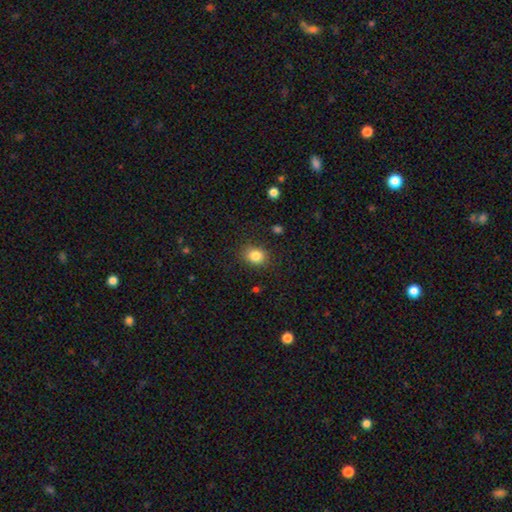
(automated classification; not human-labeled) A smooth galaxy with no disk features (85%) that is round (56%).

Vote fractions:
- Smooth or featured? smooth: 85% / star or artifact: 10% / featured or disk: 5%
- How rounded? round: 56% / in between: 43% / cigar-shaped: 1%
- Merging? none: 83% / minor disturbance: 12% / major disturbance: 4% / merger: 1%